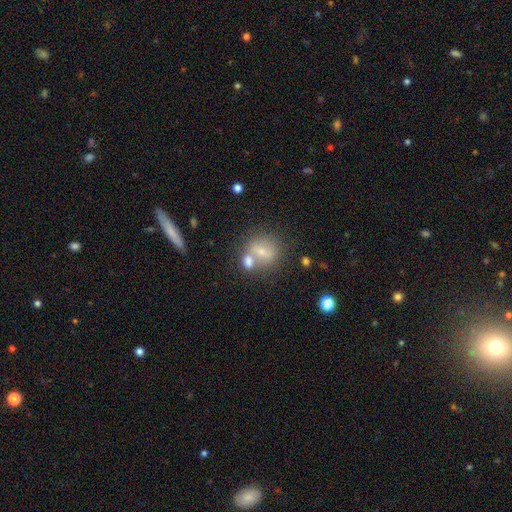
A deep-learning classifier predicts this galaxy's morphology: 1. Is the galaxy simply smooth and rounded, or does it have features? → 58% smooth, 26% featured or disk, 15% star or artifact.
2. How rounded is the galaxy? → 65% round, 29% in between, 5% cigar-shaped.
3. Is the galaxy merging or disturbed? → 53% none, 31% merger, 11% minor disturbance, 4% major disturbance.